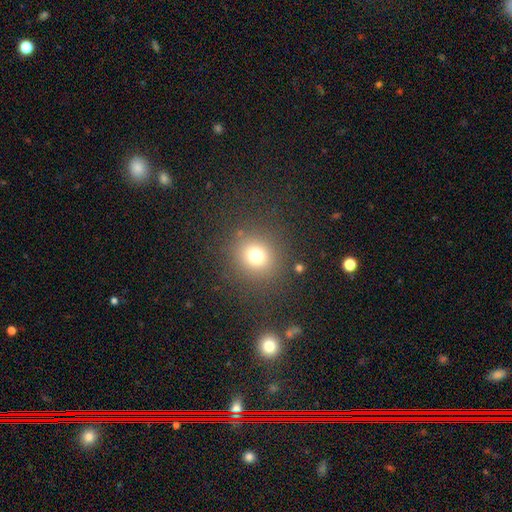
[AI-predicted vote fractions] A smooth galaxy with no disk features (72%) that is round (90%). Merging: none (85%).